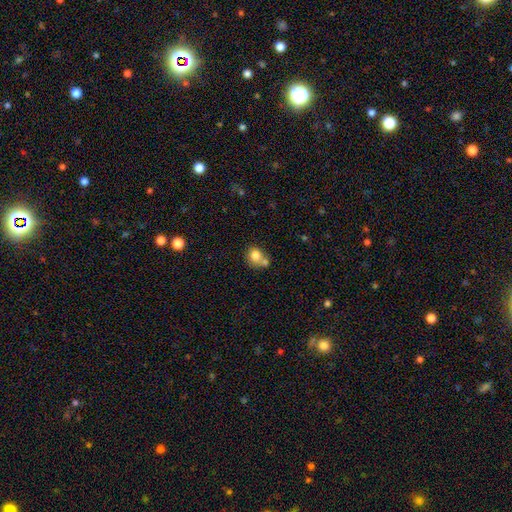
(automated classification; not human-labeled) smooth 79%, featured or disk 11%, star or artifact 10%. Down the decision tree: how rounded — round (74%); merging — none (43%).